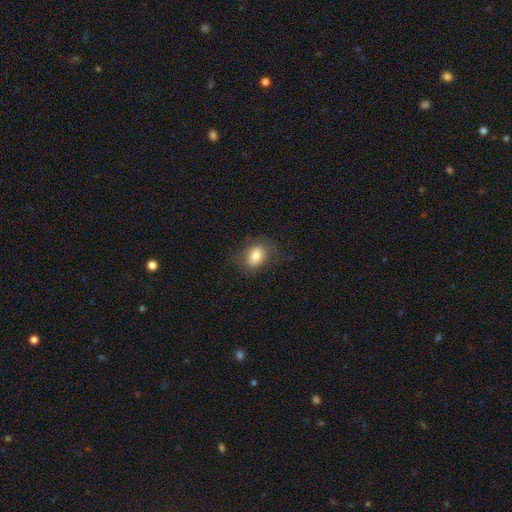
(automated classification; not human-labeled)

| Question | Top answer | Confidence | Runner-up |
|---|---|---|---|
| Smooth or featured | smooth | 80% | featured or disk (11%) |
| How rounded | in between | 66% | round (33%) |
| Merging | none | 75% | minor disturbance (17%) |